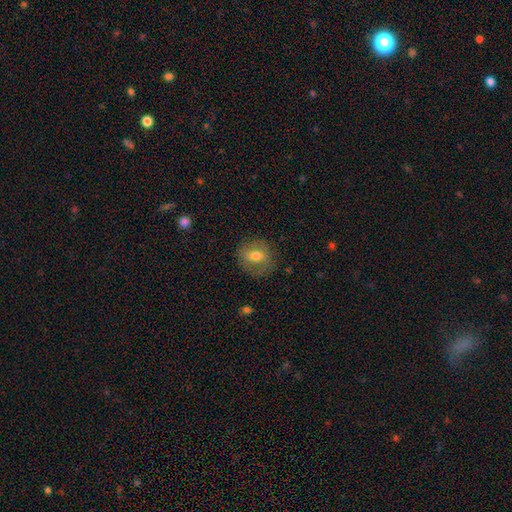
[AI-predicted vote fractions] Smooth or featured? smooth (52%)
How rounded? round (73%)
Merging? none (78%)